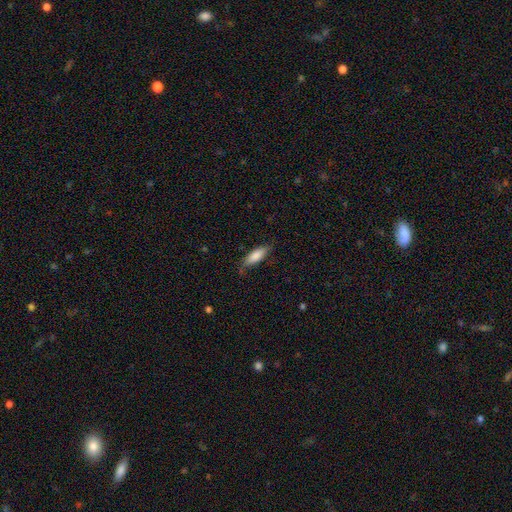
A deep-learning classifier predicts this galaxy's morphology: This is clearly a smooth galaxy (83%). How rounded: likely in between (61%). Merging: likely none (77%).